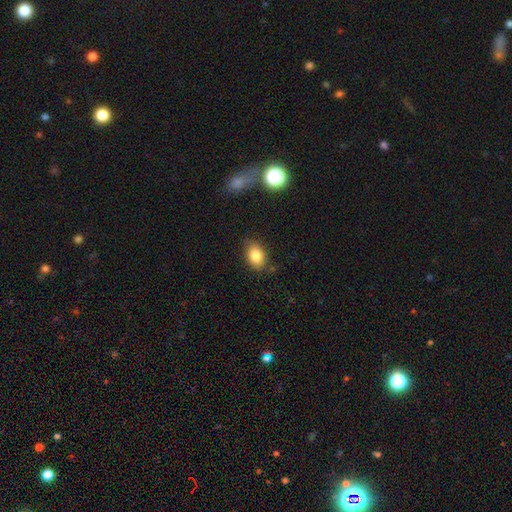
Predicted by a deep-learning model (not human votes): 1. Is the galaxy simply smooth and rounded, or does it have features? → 84% smooth, 9% star or artifact, 7% featured or disk.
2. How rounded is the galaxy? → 77% in between, 22% round, 1% cigar-shaped.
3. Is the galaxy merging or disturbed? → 78% none, 16% minor disturbance, 3% major disturbance, 3% merger.